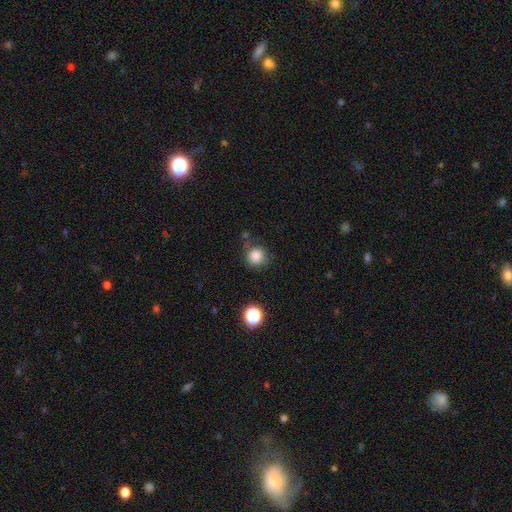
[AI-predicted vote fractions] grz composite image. It shows a smooth galaxy with no disk features (83%) that is round (90%). Merging: none (70%).